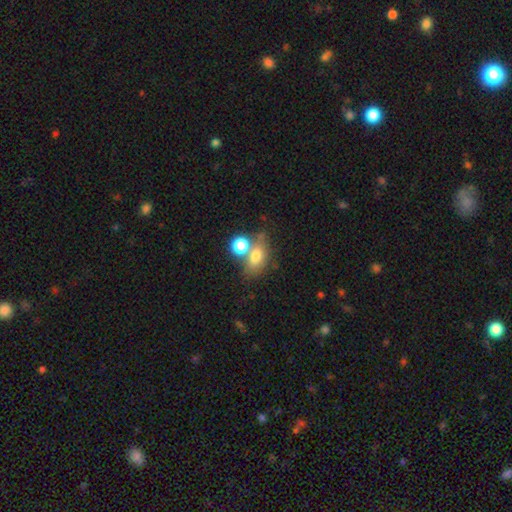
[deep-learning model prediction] Smooth or featured? smooth (72%)
How rounded? in between (71%)
Merging? none (43%)